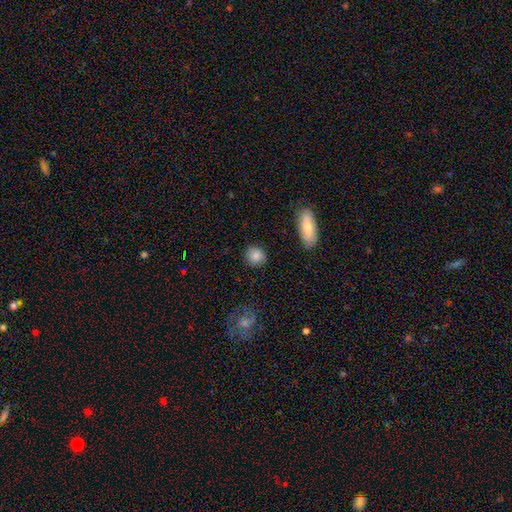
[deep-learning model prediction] The model was most divided on "how rounded": round: 77%, in between: 21%, cigar-shaped: 2%. More confident: merging — none (85%); smooth or featured — smooth (84%).